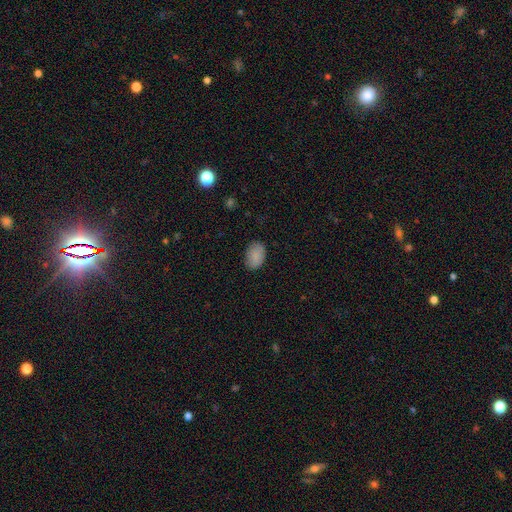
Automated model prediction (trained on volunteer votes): Smooth or featured? Predicted: smooth (p=0.87). How rounded? Predicted: in between (p=0.85). Merging? Predicted: none (p=0.84).